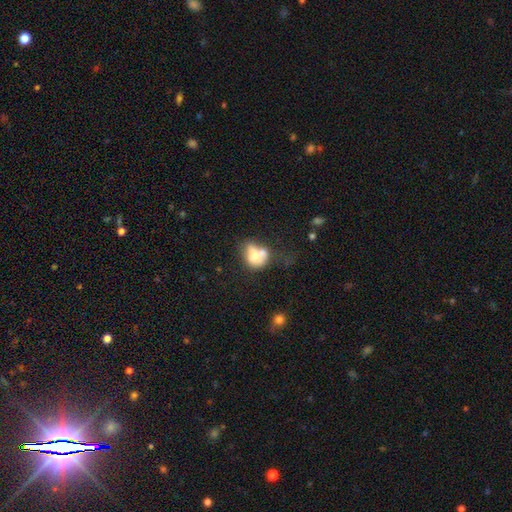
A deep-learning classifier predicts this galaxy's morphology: Smooth or featured? smooth (64%)
How rounded? in between (54%)
Merging? merger (45%)